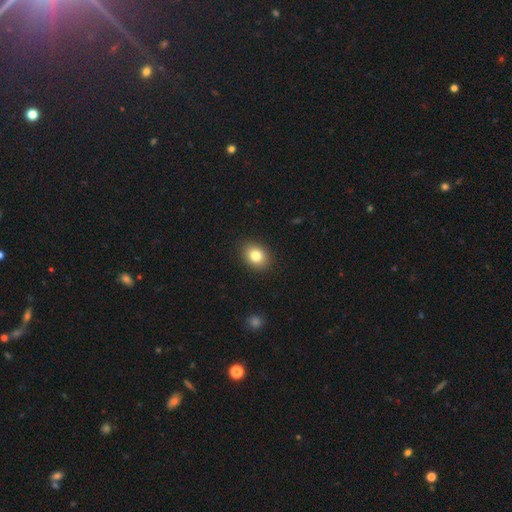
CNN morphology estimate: Smooth or featured: smooth — 82% (star or artifact — 10%)
How rounded: in between — 56% (round — 43%)
Merging: none — 89% (minor disturbance — 8%)